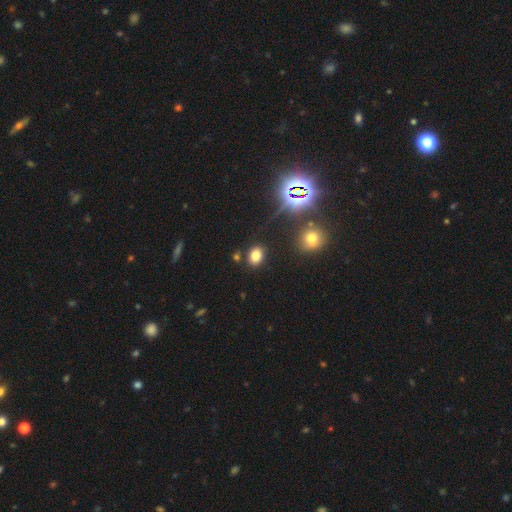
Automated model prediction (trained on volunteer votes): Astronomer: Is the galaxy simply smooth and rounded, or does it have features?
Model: smooth — 76%.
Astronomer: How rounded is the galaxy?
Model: in between — 66%.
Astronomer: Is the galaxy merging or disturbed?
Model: none — 84%.